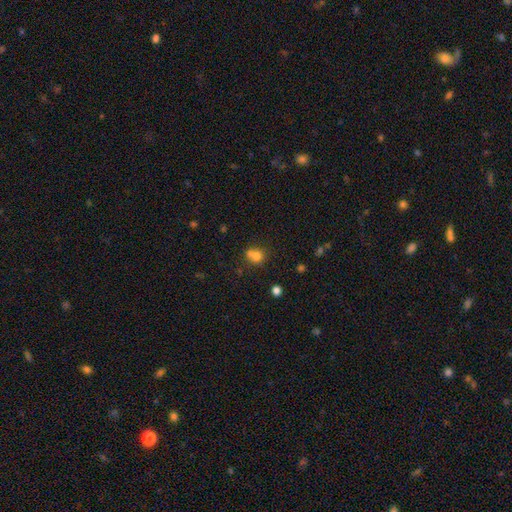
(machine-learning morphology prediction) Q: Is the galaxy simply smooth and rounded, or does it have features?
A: smooth — 73%.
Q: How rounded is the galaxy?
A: round — 77%.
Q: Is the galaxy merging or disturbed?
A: merger — 45%.